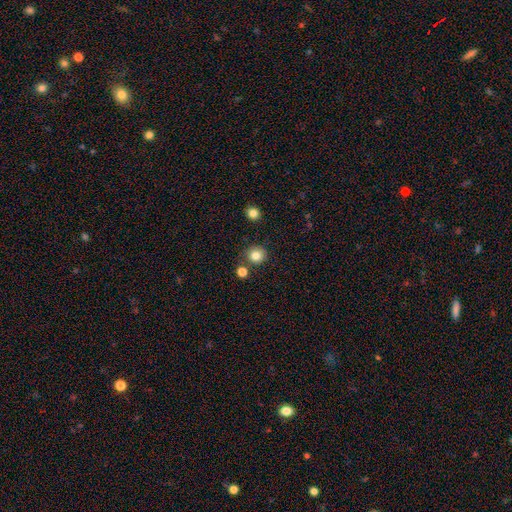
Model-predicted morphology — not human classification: smooth 82%, star or artifact 12%, featured or disk 6%. Down the decision tree: how rounded — round (90%); merging — none (82%).